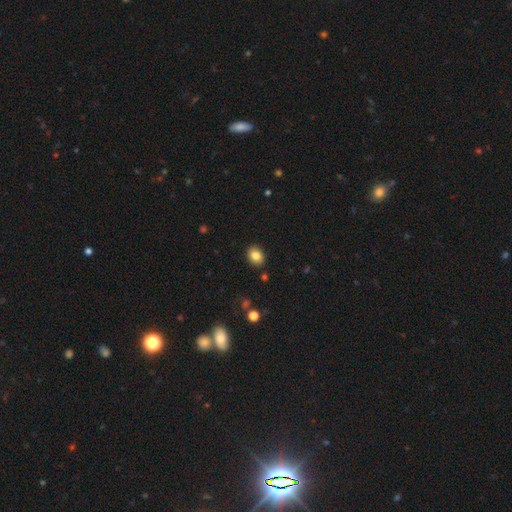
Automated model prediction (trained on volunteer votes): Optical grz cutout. It shows a smooth galaxy with no disk features (83%) that is in between round and cigar-shaped (58%). Merging: none (89%).